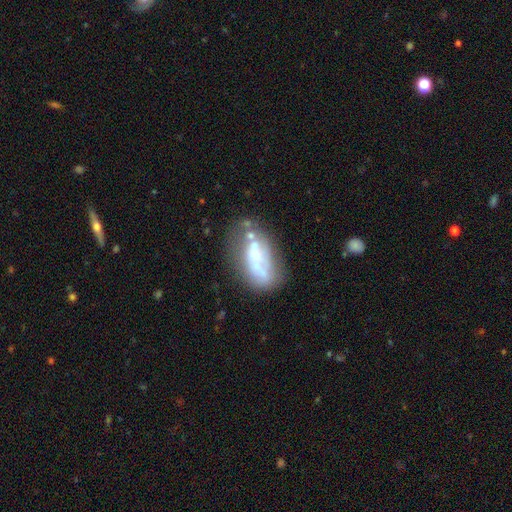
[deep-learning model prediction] Smooth or featured? featured or disk (55%)
Edge-on disk? no (85%)
Merging? none (37%)